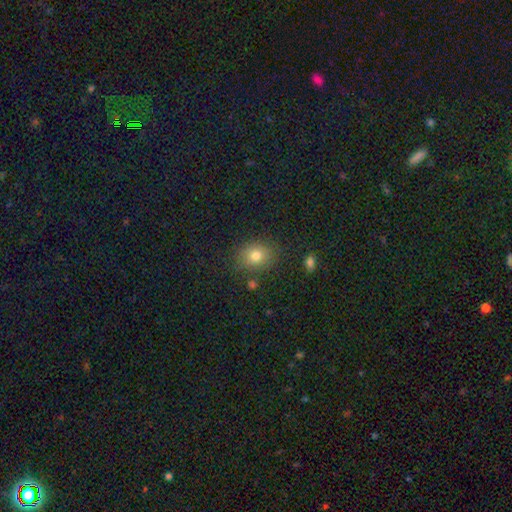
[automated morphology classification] Smooth or featured? smooth (79%)
How rounded? round (57%)
Merging? none (82%)